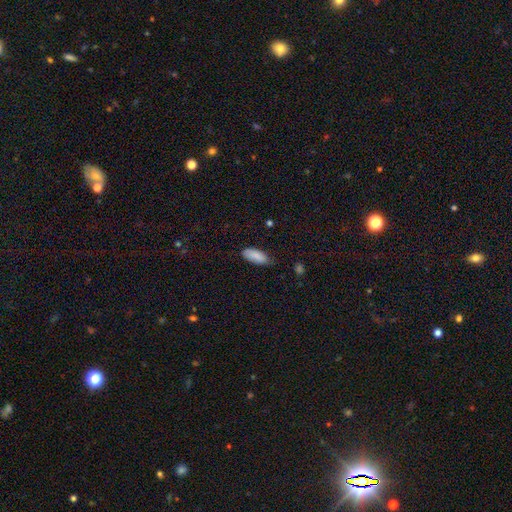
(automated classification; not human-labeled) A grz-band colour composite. It shows a smooth galaxy with no disk features (87%) that is in between round and cigar-shaped (84%). Merging: none (70%).